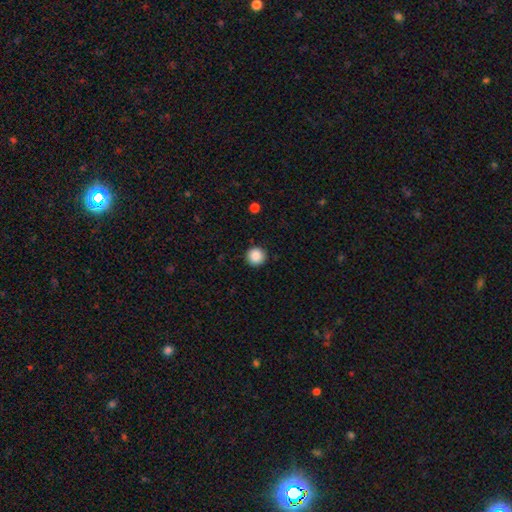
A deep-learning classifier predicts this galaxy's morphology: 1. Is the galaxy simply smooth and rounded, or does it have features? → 88% smooth, 9% star or artifact, 3% featured or disk.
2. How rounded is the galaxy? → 94% round, 5% in between, 1% cigar-shaped.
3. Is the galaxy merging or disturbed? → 91% none, 6% minor disturbance, 2% major disturbance, 1% merger.